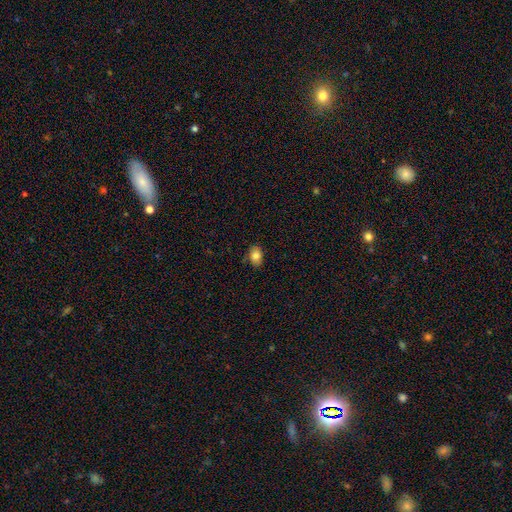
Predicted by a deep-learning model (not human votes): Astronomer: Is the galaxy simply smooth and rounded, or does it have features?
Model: smooth — 84%.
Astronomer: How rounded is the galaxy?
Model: in between — 77%.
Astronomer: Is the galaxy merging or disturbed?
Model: none — 82%.